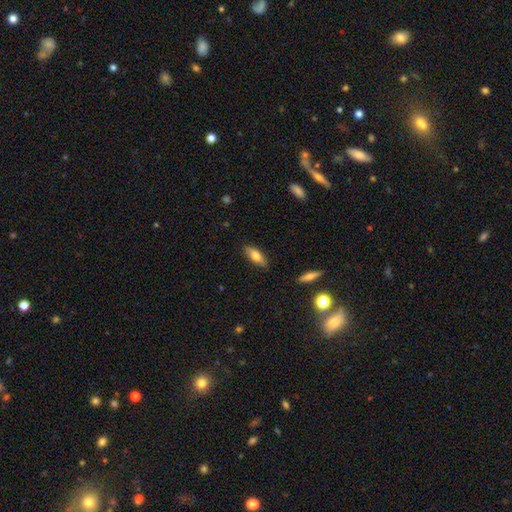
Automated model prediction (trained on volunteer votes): Morphology: type=smooth (74%); roundness=in between (70%); merging=none (87%).